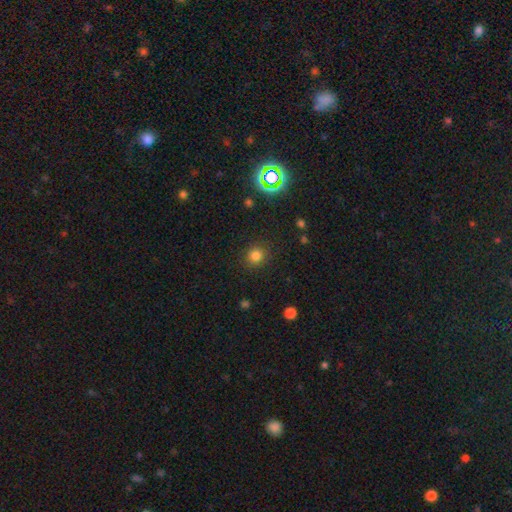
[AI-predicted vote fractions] A smooth galaxy with no disk features (79%) that is round (86%).

Vote fractions:
- Smooth or featured? smooth: 79% / star or artifact: 15% / featured or disk: 5%
- How rounded? round: 86% / in between: 13% / cigar-shaped: 1%
- Merging? none: 87% / minor disturbance: 9% / major disturbance: 3% / merger: 1%